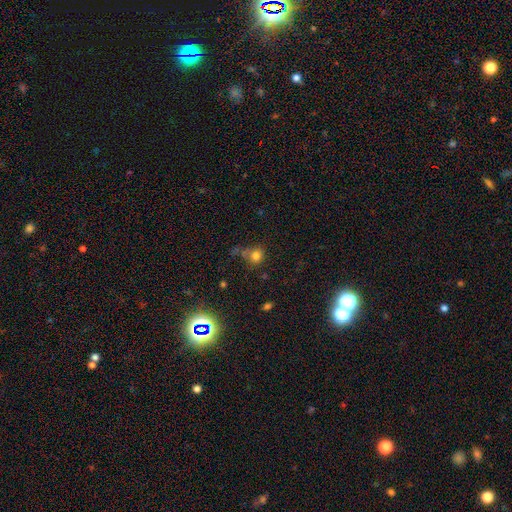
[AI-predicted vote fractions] smooth_or_featured: smooth (p=0.74) [alt: star or artifact p=0.18]
how_rounded: round (p=0.78) [alt: in between p=0.21]
merging: none (p=0.53) [alt: minor disturbance p=0.20]